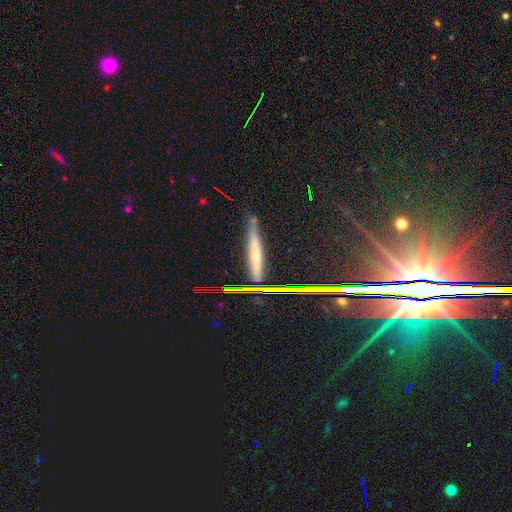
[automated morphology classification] Smooth or featured? Predicted: featured or disk (p=0.50). Edge-on disk? Predicted: yes (p=0.90). Merging? Predicted: none (p=0.78).